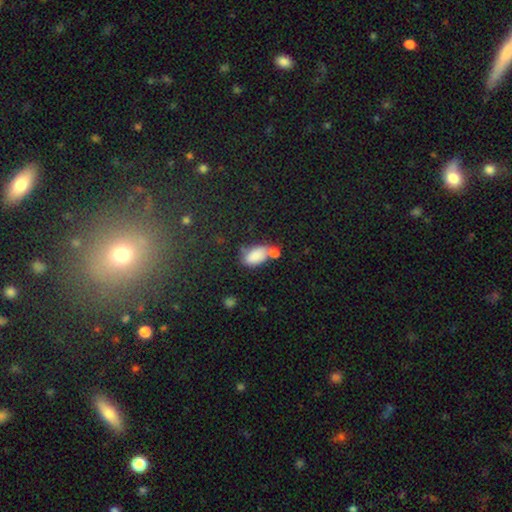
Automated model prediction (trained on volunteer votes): Morphology: type=smooth (82%); roundness=in between (92%); merging=none (40%).